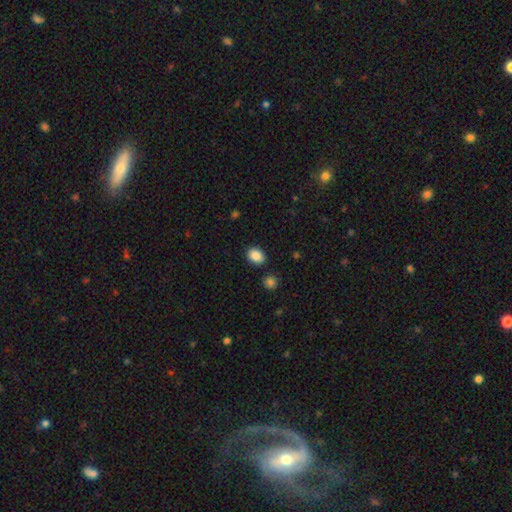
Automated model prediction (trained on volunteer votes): A smooth galaxy with no disk features (88%) that is in between round and cigar-shaped (66%).

Vote fractions:
- Smooth or featured? smooth: 88% / star or artifact: 8% / featured or disk: 4%
- How rounded? in between: 66% / round: 33% / cigar-shaped: 1%
- Merging? none: 87% / minor disturbance: 8% / merger: 3% / major disturbance: 2%